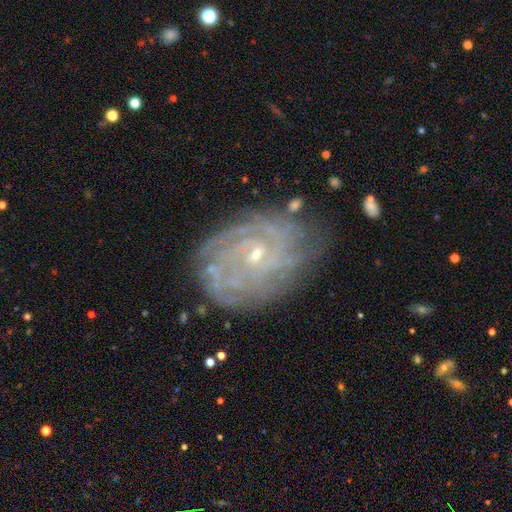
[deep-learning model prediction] Overall: featured or disk (84%). Edge-on disk: no (97%). Bar: no (65%; weak 28%). Spiral arms: yes (95%). Spiral arm count: can't tell (38%; 4 17%). Spiral winding: tight (77%). Bulge size: small (73%). Merging: none (76%).